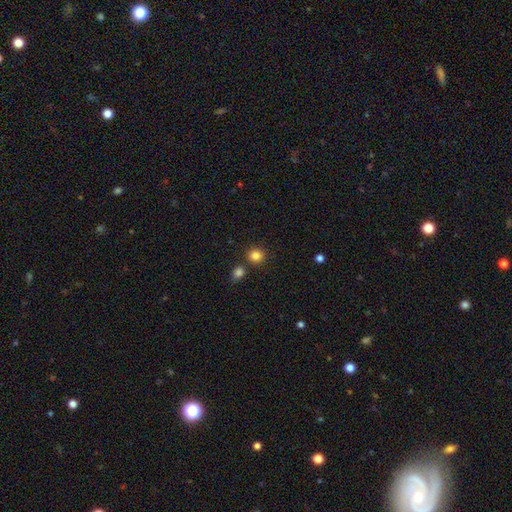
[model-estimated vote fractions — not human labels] This appears to be a smooth galaxy with no disk features (84%) that is round (87%). Merging: none (79%).